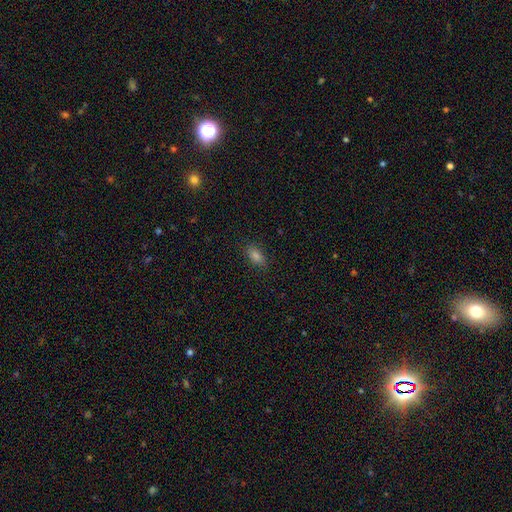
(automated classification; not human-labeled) smooth 77%, star or artifact 15%, featured or disk 8%. Down the decision tree: how rounded — in between (84%); merging — none (87%).